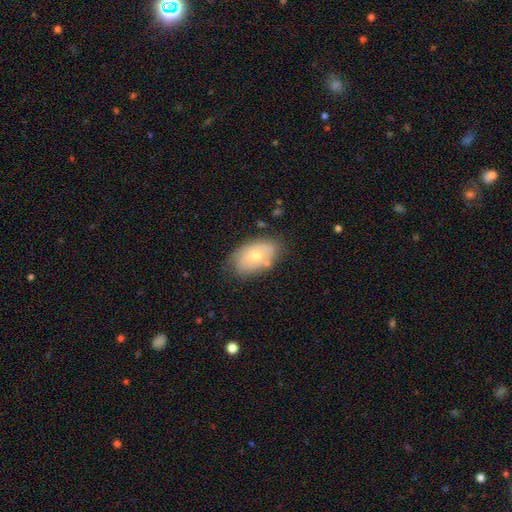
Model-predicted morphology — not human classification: smooth 57%, featured or disk 36%, star or artifact 7%. Down the decision tree: how rounded — in between (91%); merging — none (67%).